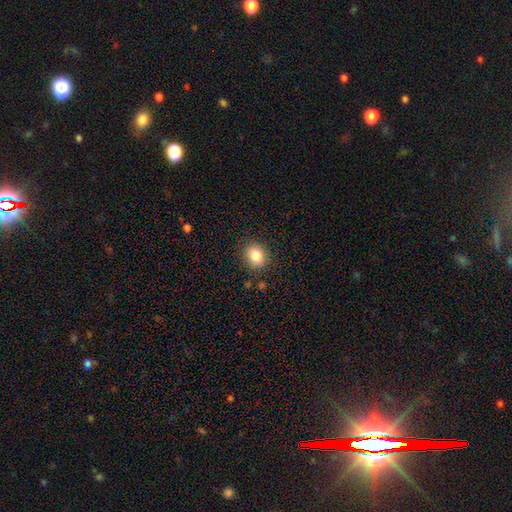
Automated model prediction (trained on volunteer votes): Smooth or featured? Predicted: smooth (p=0.84). How rounded? Predicted: round (p=0.58). Merging? Predicted: none (p=0.87).